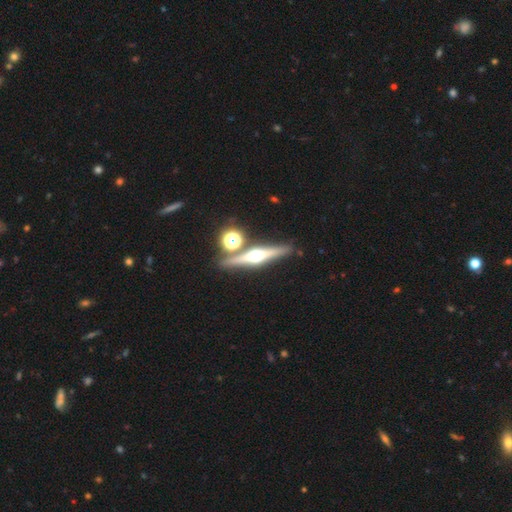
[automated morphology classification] A featured or disk galaxy (76%) viewed edge-on (96%) with a rounded central bulge (96%).

Vote fractions:
- Smooth or featured? featured or disk: 76% / smooth: 15% / star or artifact: 9%
- Edge-on disk? yes: 96% / no: 4%
- Edge-on bulge? rounded: 96% / boxy: 2% / none: 2%
- Merging? none: 83% / merger: 8% / minor disturbance: 7% / major disturbance: 2%